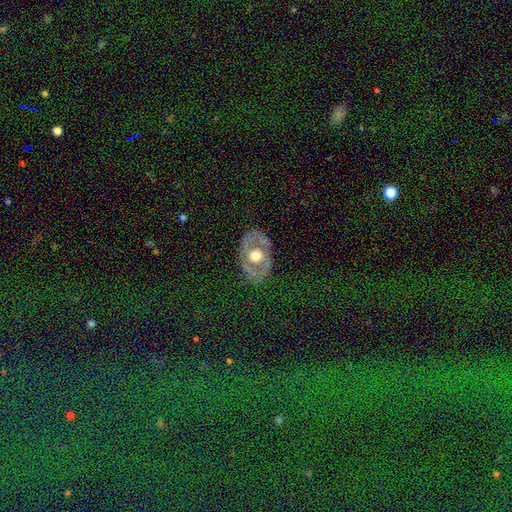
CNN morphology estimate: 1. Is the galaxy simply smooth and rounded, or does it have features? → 66% featured or disk, 29% smooth, 6% star or artifact.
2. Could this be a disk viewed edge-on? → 92% no, 8% yes.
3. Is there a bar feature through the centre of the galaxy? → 84% no, 12% weak, 4% strong.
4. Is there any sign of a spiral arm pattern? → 72% no, 28% yes.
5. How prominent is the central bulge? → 58% moderate, 36% large, 3% small, 2% dominant, 1% none.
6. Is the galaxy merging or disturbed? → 75% none, 16% minor disturbance, 7% major disturbance, 1% merger.